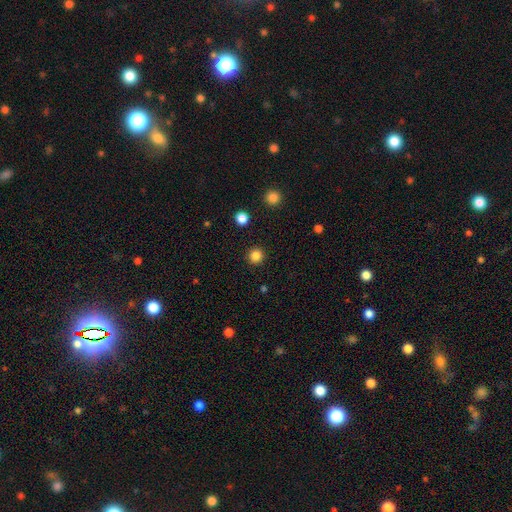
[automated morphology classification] This is clearly a smooth galaxy (83%). How rounded: clearly round (95%). Merging: clearly none (92%).